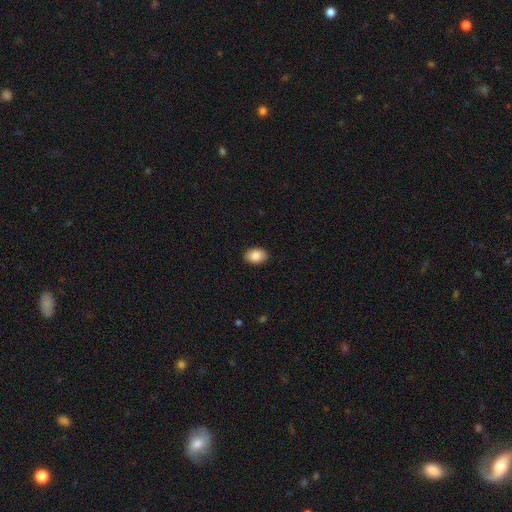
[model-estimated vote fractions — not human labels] This is clearly a smooth galaxy (88%). How rounded: clearly in between (86%). Merging: clearly none (89%).